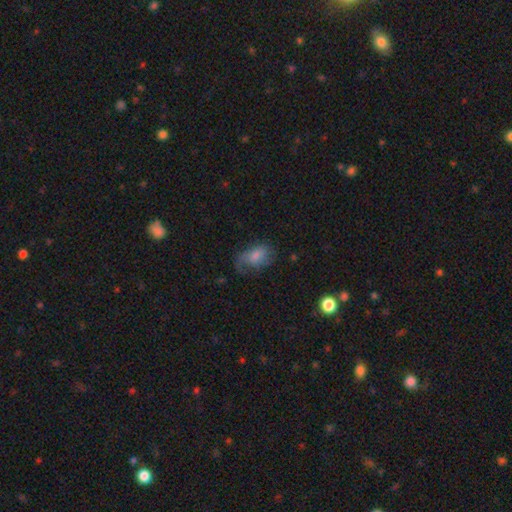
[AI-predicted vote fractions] A smooth galaxy with no disk features (61%) that is in between round and cigar-shaped (90%).

Vote fractions:
- Smooth or featured? smooth: 61% / featured or disk: 31% / star or artifact: 9%
- How rounded? in between: 90% / round: 8% / cigar-shaped: 3%
- Merging? none: 41% / minor disturbance: 29% / major disturbance: 28% / merger: 2%